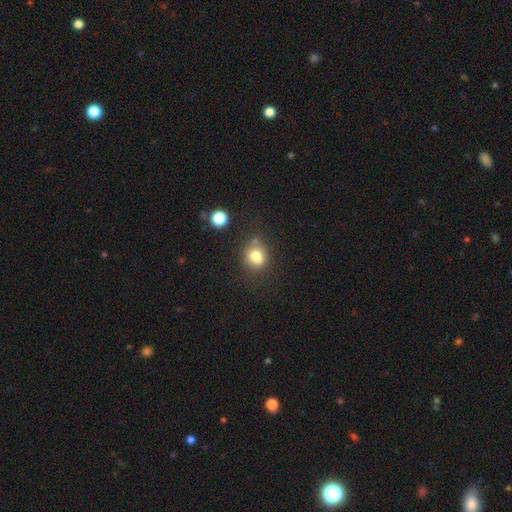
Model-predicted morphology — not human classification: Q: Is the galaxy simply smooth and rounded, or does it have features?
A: smooth — 76%.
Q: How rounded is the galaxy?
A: round — 71%.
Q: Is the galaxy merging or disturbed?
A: none — 60%.